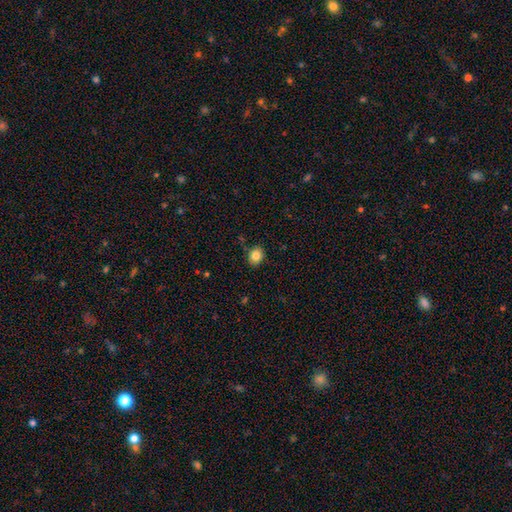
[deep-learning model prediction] This appears to be a smooth galaxy with no disk features (84%) that is round (57%). Merging: none (86%).